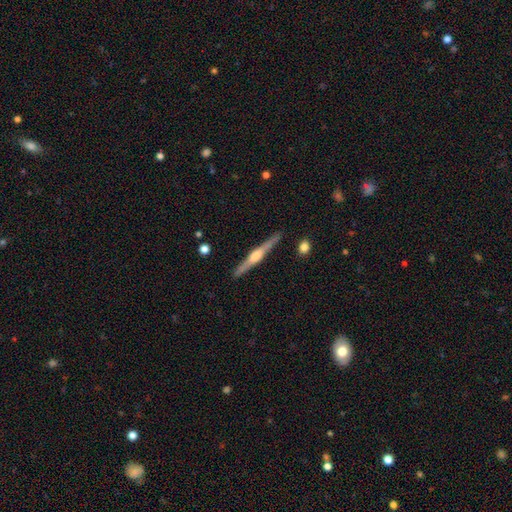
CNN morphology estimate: smooth_or_featured: featured or disk (p=0.82) [alt: smooth p=0.13]
disk_edge_on: yes (p=0.98) [alt: no p=0.02]
edge_on_bulge: rounded (p=0.83) [alt: boxy p=0.13]
merging: none (p=0.91) [alt: minor disturbance p=0.06]